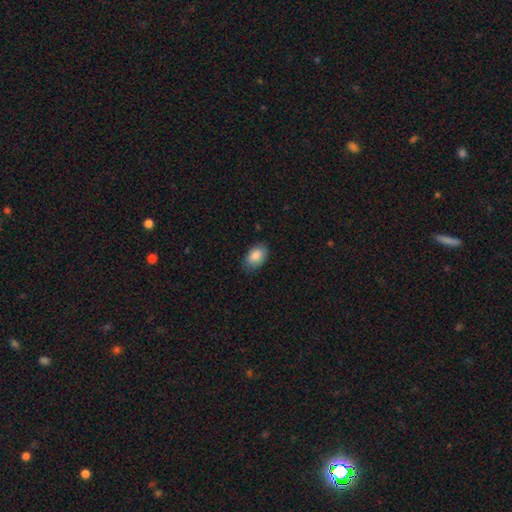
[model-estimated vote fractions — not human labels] Smooth or featured?
  - smooth: 87% *
  - star or artifact: 7%
  - featured or disk: 6%
How rounded?
  - in between: 89% *
  - round: 10%
  - cigar-shaped: 1%
Merging?
  - none: 78% *
  - minor disturbance: 18%
  - major disturbance: 3%
  - merger: 1%